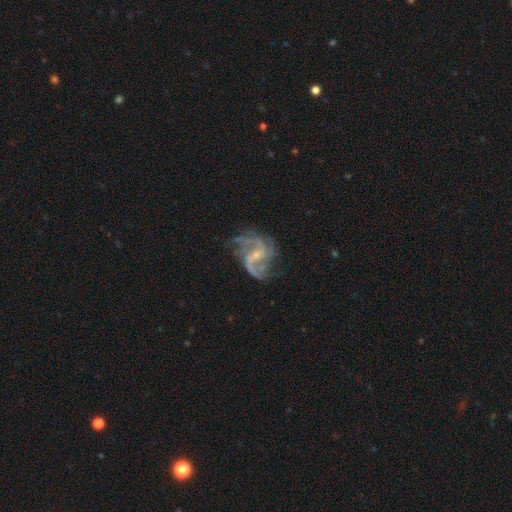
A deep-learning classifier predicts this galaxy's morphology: smooth_or_featured: featured or disk (p=0.89) [alt: star or artifact p=0.06]
disk_edge_on: no (p=0.98) [alt: yes p=0.02]
bar: weak (p=0.45) [alt: no p=0.40]
has_spiral_arms: yes (p=0.97) [alt: no p=0.03]
spiral_winding: medium (p=0.45) [alt: loose p=0.42]
spiral_arm_count: 2 (p=0.40) [alt: 3 p=0.25]
bulge_size: small (p=0.75) [alt: moderate p=0.18]
merging: none (p=0.64) [alt: minor disturbance p=0.19]